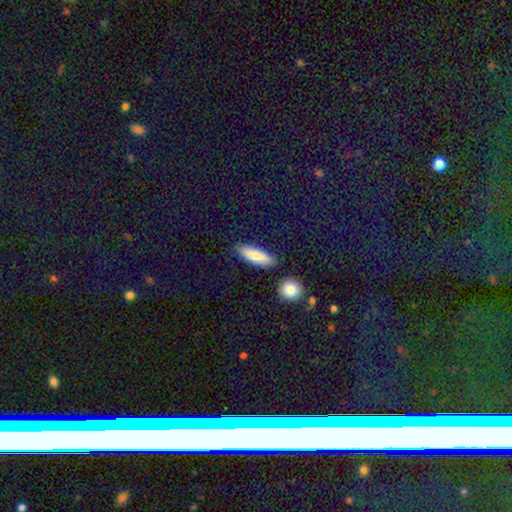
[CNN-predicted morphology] smooth-or-featured: smooth: 80% | featured or disk: 14% | star or artifact: 6%
  how-rounded: in between: 55% | cigar-shaped: 42% | round: 3%
  merging: none: 83% | minor disturbance: 11% | merger: 4% | major disturbance: 3%